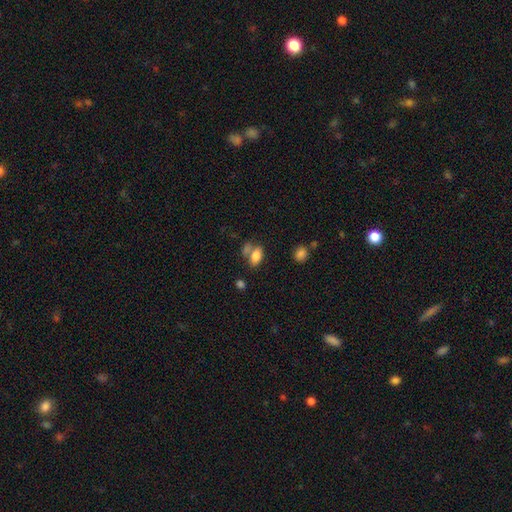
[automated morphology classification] Smooth or featured?
  - smooth: 82% *
  - star or artifact: 10%
  - featured or disk: 8%
How rounded?
  - in between: 90% *
  - round: 7%
  - cigar-shaped: 3%
Merging?
  - none: 48% *
  - merger: 33%
  - minor disturbance: 13%
  - major disturbance: 6%